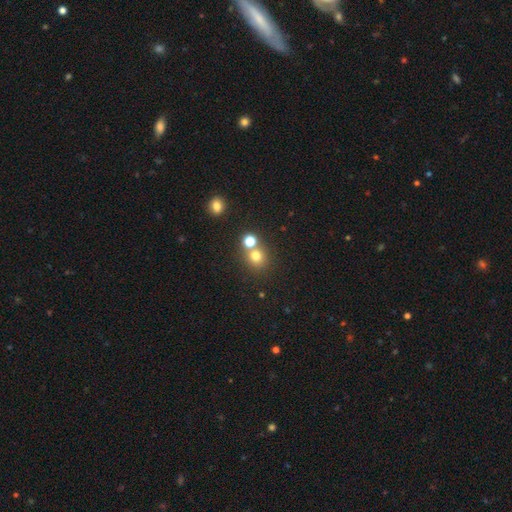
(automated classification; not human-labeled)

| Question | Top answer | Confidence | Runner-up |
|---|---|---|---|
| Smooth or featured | smooth | 73% | star or artifact (18%) |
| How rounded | round | 87% | in between (13%) |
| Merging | none | 63% | merger (27%) |